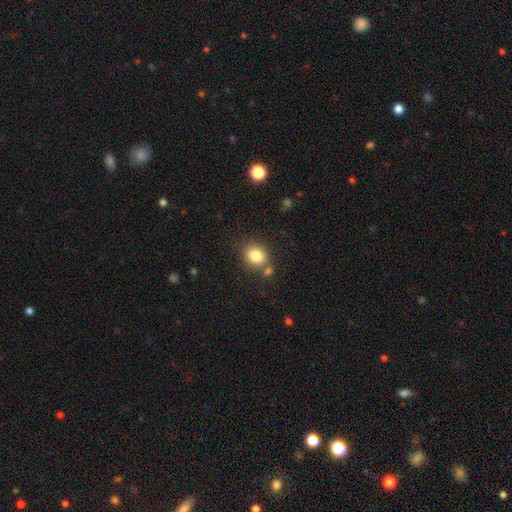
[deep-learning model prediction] Q: Smooth or featured?
A: smooth (82%); runner-up: star or artifact (10%)
Q: How rounded?
A: round (61%); runner-up: in between (38%)
Q: Merging?
A: none (73%); runner-up: merger (12%)